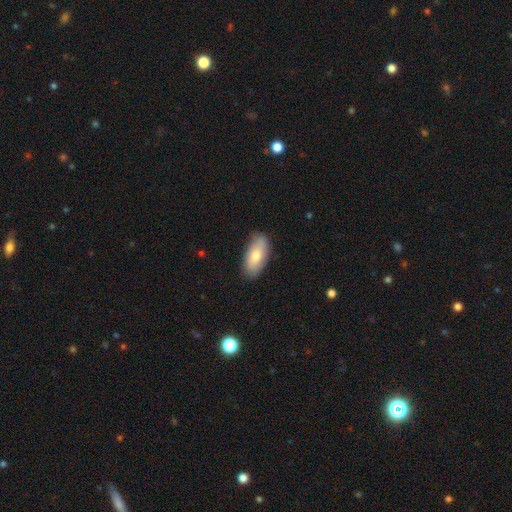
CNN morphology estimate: This is likely a smooth galaxy (76%). How rounded: clearly in between (91%). Merging: clearly none (83%).